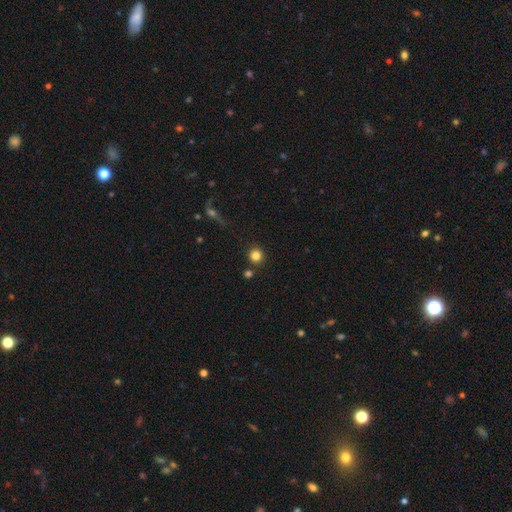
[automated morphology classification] Smooth or featured? Predicted: smooth (p=0.82). How rounded? Predicted: round (p=0.93). Merging? Predicted: none (p=0.83).